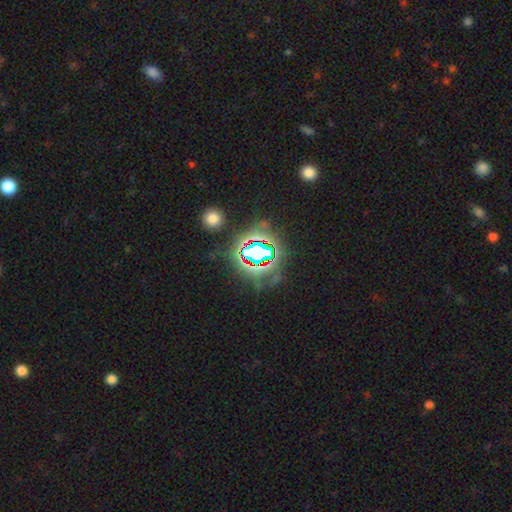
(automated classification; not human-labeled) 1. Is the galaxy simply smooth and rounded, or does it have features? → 72% star or artifact, 14% smooth, 13% featured or disk.